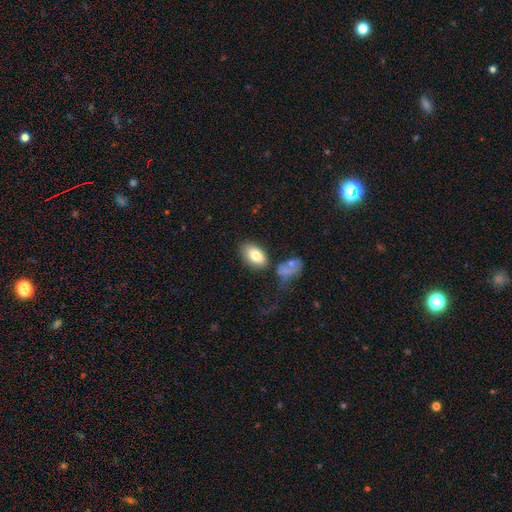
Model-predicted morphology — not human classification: Q: Smooth or featured?
A: smooth (78%); runner-up: featured or disk (15%)
Q: How rounded?
A: in between (92%); runner-up: round (6%)
Q: Merging?
A: none (67%); runner-up: minor disturbance (16%)